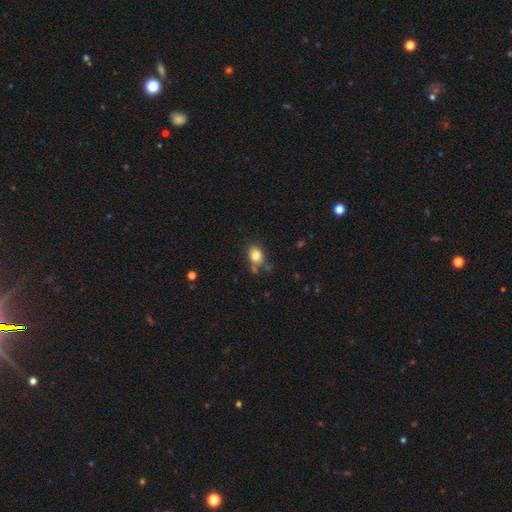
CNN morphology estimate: Smooth or featured? smooth (83%)
How rounded? in between (73%)
Merging? none (63%)